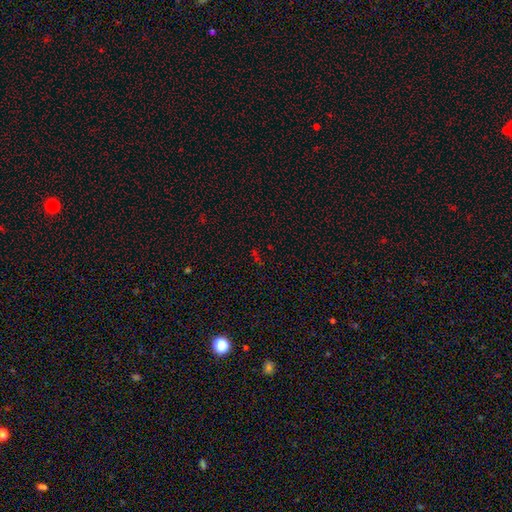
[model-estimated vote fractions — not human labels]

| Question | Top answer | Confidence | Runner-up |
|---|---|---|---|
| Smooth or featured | star or artifact | 64% | smooth (25%) |